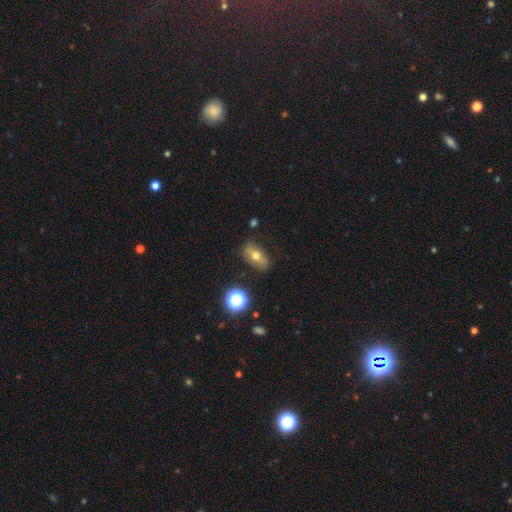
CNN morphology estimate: type=smooth (56%); roundness=in between (77%); merging=none (78%).